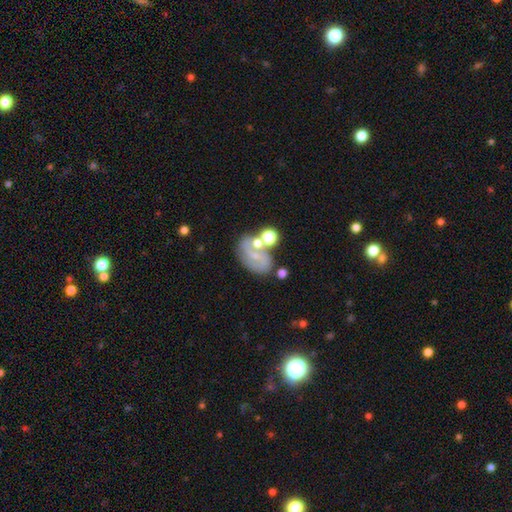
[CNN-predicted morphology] type=featured or disk (53%); edge-on=no (96%); bar=no (52%); spiral arms=yes (62%); bulge=small (67%); merging=none (49%).